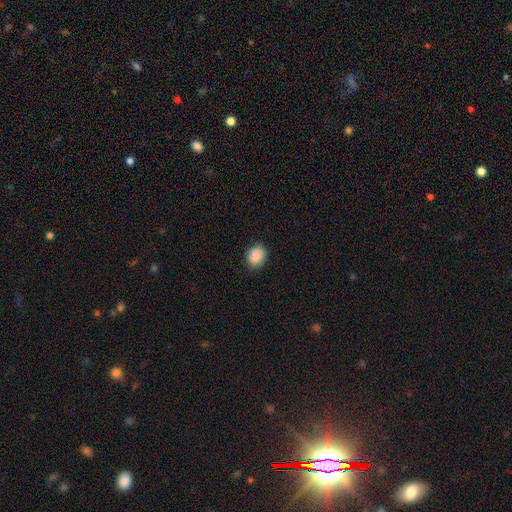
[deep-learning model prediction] Q: Smooth or featured?
A: smooth (88%); runner-up: star or artifact (8%)
Q: How rounded?
A: round (58%); runner-up: in between (41%)
Q: Merging?
A: none (84%); runner-up: minor disturbance (12%)